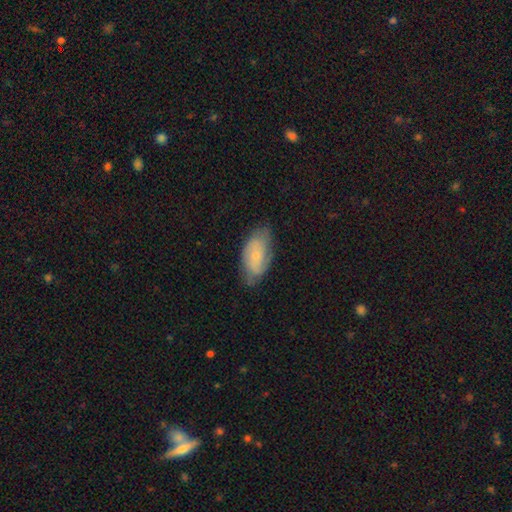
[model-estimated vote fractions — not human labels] Smooth or featured: featured or disk — 55% (smooth — 39%)
Edge-on disk: no — 94% (yes — 6%)
Bar: no — 74% (weak — 22%)
Spiral arms: yes — 83% (no — 17%)
Bulge size: small — 71% (moderate — 24%)
Merging: none — 66% (minor disturbance — 26%)